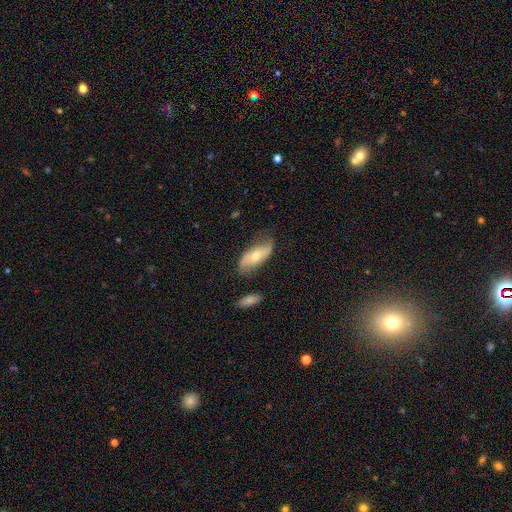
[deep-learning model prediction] Overall: featured or disk (50%; smooth 44%). Merging: none (61%; minor disturbance 27%).